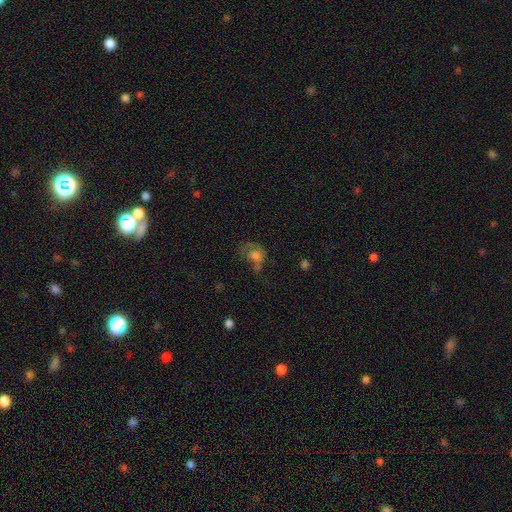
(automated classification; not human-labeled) Overall: smooth (53%; featured or disk 34%). How rounded: in between (51%; round 47%). Merging: major disturbance (43%; none 25%).